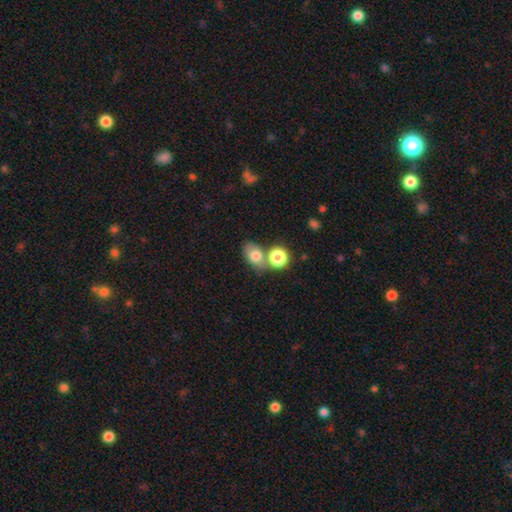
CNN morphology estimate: smooth_or_featured: smooth (p=0.75) [alt: featured or disk p=0.14]
how_rounded: in between (p=0.69) [alt: round p=0.29]
merging: none (p=0.47) [alt: merger p=0.36]